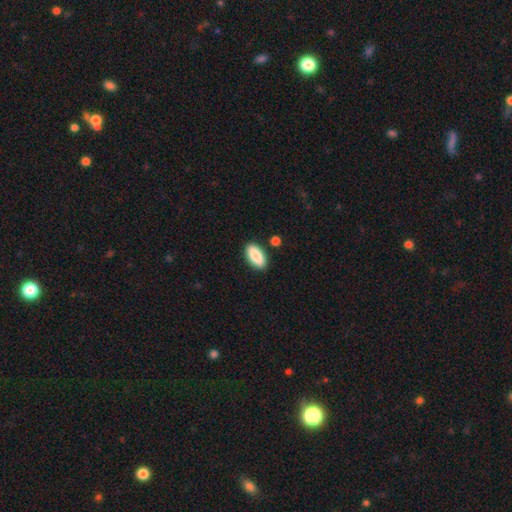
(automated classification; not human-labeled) Morphology: type=smooth (86%); roundness=in between (88%); merging=none (87%).